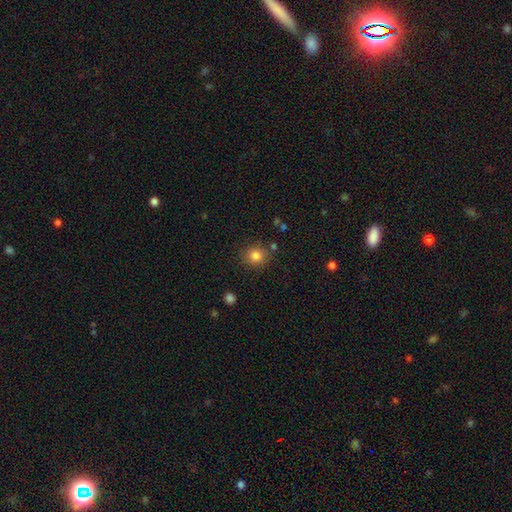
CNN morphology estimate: Smooth or featured? smooth (83%)
How rounded? round (82%)
Merging? none (81%)